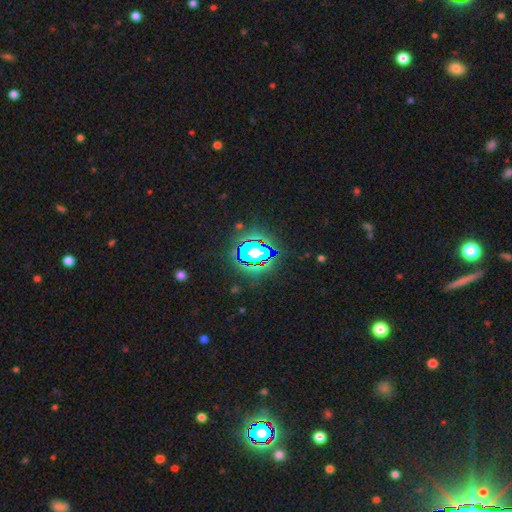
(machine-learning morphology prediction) star or artifact 82%, smooth 11%, featured or disk 7%.